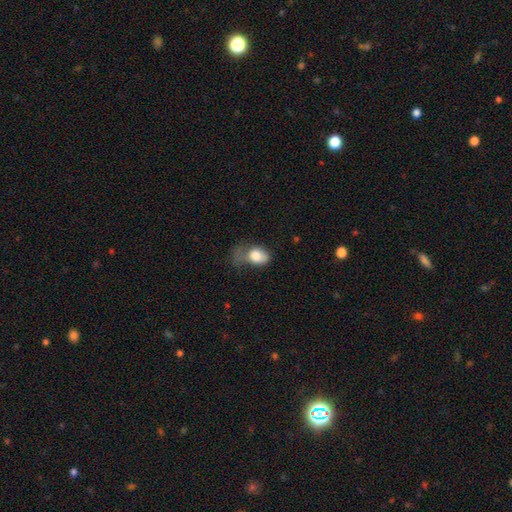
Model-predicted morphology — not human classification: The model was most divided on "merging": major disturbance: 52%, minor disturbance: 25%, none: 17%, merger: 6%. More confident: smooth or featured — smooth (75%); how rounded — in between (72%).